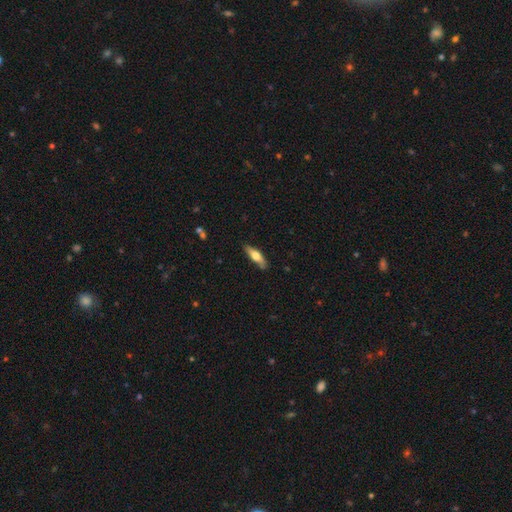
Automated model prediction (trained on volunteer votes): smooth_or_featured: smooth (p=0.57) [alt: featured or disk p=0.37]
how_rounded: cigar-shaped (p=0.61) [alt: in between p=0.37]
merging: none (p=0.83) [alt: minor disturbance p=0.13]